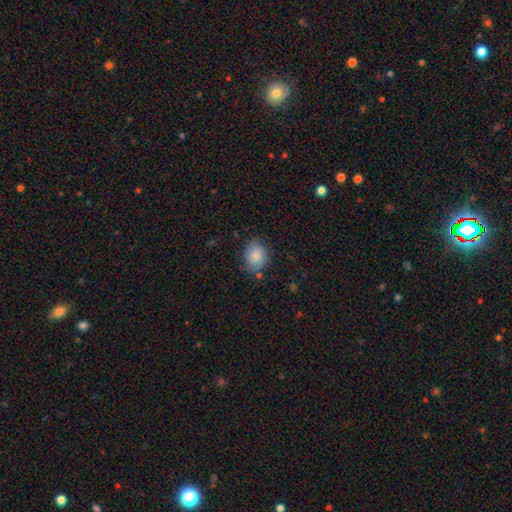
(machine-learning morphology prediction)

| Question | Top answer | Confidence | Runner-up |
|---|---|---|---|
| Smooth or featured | smooth | 84% | featured or disk (9%) |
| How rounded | in between | 51% | round (48%) |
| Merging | none | 73% | minor disturbance (20%) |